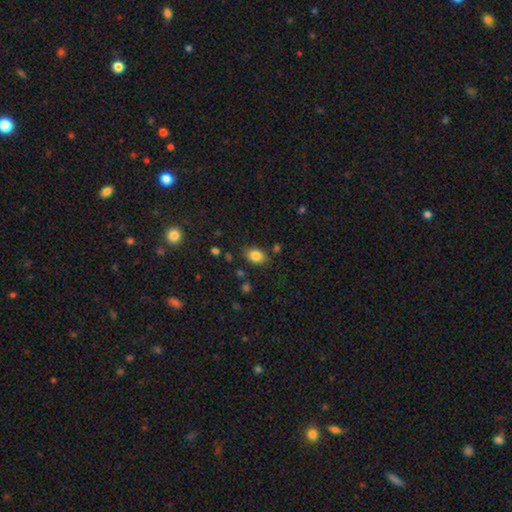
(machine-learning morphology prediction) The model was most divided on "how rounded": in between: 75%, round: 24%, cigar-shaped: 1%. More confident: smooth or featured — smooth (84%); merging — none (80%).